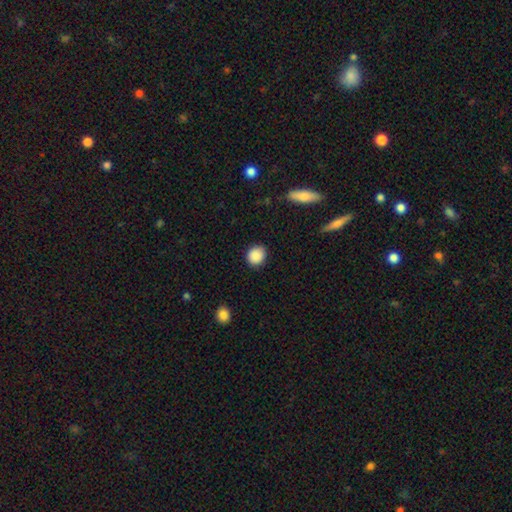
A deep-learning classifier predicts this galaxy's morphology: A smooth galaxy with no disk features (89%) that is round (81%). Merging: none (87%).